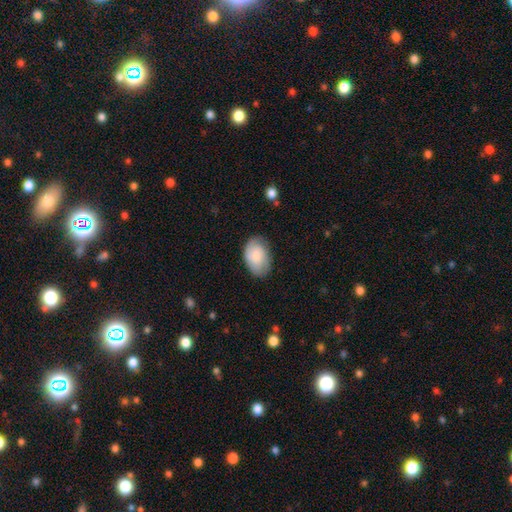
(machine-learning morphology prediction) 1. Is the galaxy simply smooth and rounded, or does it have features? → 64% smooth, 29% featured or disk, 7% star or artifact.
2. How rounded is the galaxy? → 88% in between, 11% round, 1% cigar-shaped.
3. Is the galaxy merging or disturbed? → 75% none, 19% minor disturbance, 5% major disturbance, 1% merger.